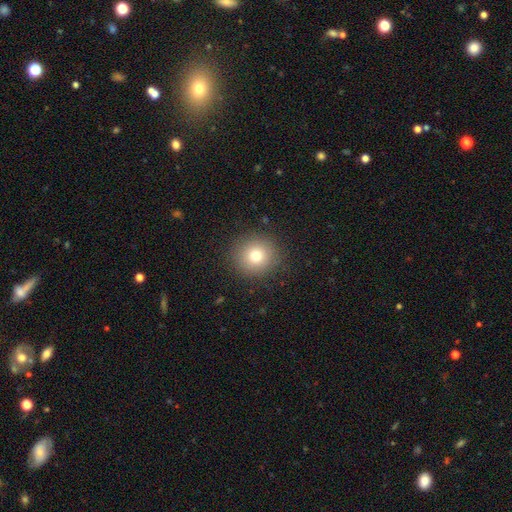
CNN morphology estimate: Smooth or featured? Predicted: smooth (p=0.77). How rounded? Predicted: round (p=0.91). Merging? Predicted: none (p=0.89).